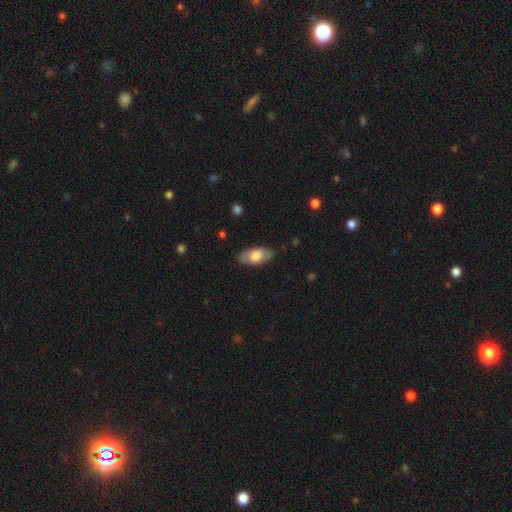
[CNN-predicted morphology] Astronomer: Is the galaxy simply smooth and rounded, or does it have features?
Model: smooth — 61%.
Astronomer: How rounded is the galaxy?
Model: in between — 90%.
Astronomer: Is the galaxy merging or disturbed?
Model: none — 83%.